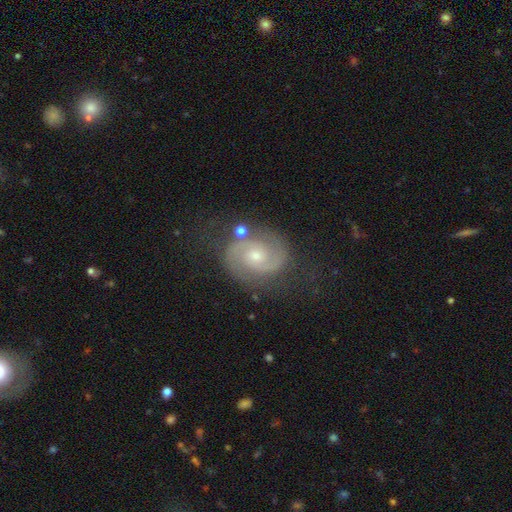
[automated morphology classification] smooth_or_featured: featured or disk (p=0.87) [alt: smooth p=0.07]
disk_edge_on: no (p=0.98) [alt: yes p=0.02]
bar: no (p=0.63) [alt: weak p=0.31]
has_spiral_arms: yes (p=0.97) [alt: no p=0.03]
spiral_winding: medium (p=0.48) [alt: tight p=0.41]
spiral_arm_count: 2 (p=0.90) [alt: can't tell p=0.04]
bulge_size: small (p=0.51) [alt: moderate p=0.45]
merging: none (p=0.73) [alt: minor disturbance p=0.16]